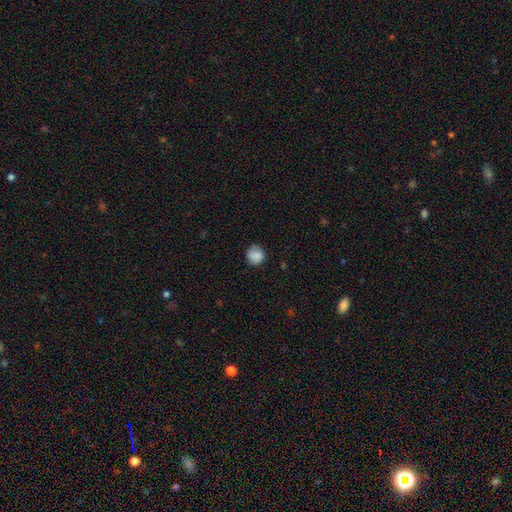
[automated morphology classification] The model was most divided on "merging": none: 73%, minor disturbance: 21%, major disturbance: 5%, merger: 1%. More confident: how rounded — round (88%); smooth or featured — smooth (84%).